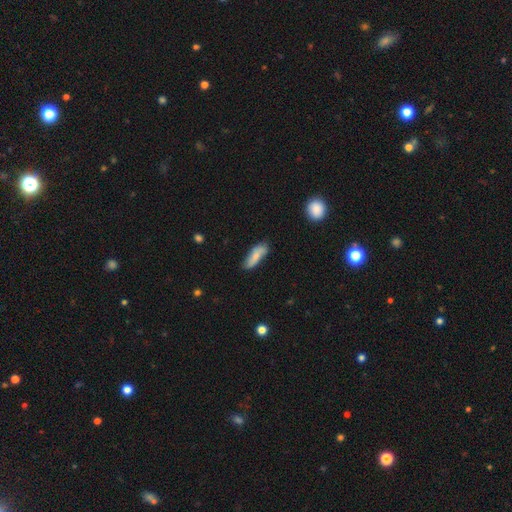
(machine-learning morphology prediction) Smooth or featured?
  - smooth: 66% *
  - featured or disk: 27%
  - star or artifact: 7%
How rounded?
  - in between: 60% *
  - cigar-shaped: 38%
  - round: 3%
Merging?
  - none: 68% *
  - minor disturbance: 24%
  - major disturbance: 5%
  - merger: 3%